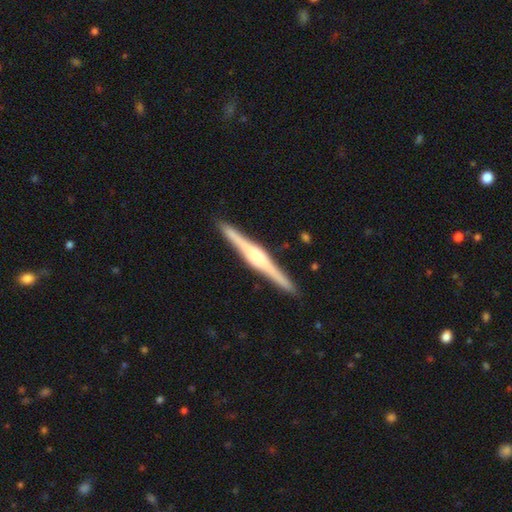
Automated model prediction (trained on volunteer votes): A featured or disk galaxy (84%) viewed edge-on (99%) with a rounded central bulge (59%).

Vote fractions:
- Smooth or featured? featured or disk: 84% / smooth: 12% / star or artifact: 5%
- Edge-on disk? yes: 99% / no: 1%
- Edge-on bulge? rounded: 59% / boxy: 34% / none: 7%
- Merging? none: 92% / minor disturbance: 6% / major disturbance: 1% / merger: 1%